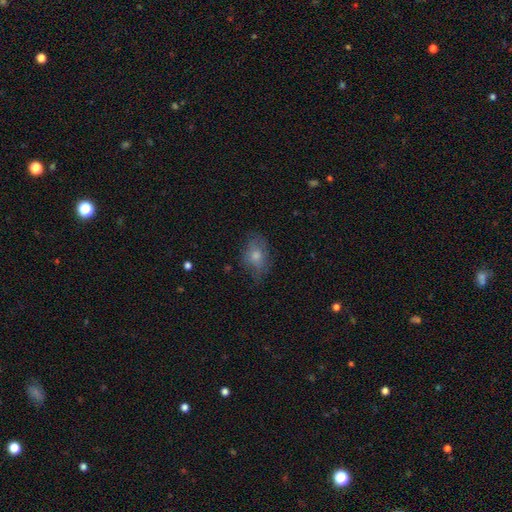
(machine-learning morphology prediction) smooth 58%, featured or disk 28%, star or artifact 15%. Down the decision tree: how rounded — in between (74%); merging — none (67%).